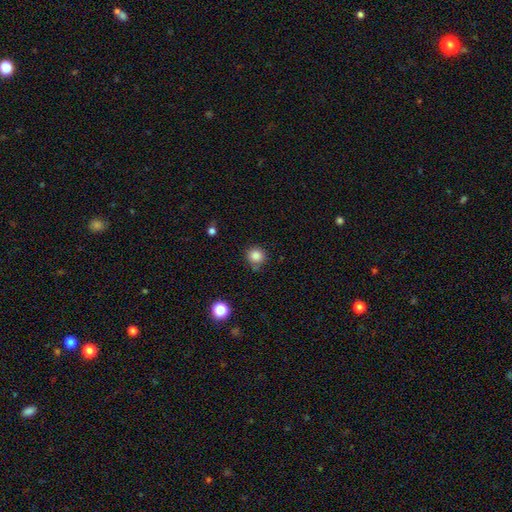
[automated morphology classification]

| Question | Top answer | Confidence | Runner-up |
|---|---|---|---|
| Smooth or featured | smooth | 85% | star or artifact (11%) |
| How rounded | round | 91% | in between (8%) |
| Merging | none | 76% | minor disturbance (15%) |